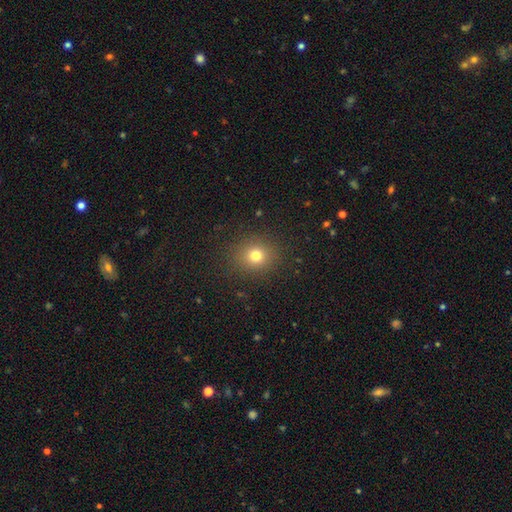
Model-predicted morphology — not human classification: smooth_or_featured: smooth (p=0.75) [alt: star or artifact p=0.17]
how_rounded: round (p=0.81) [alt: in between p=0.18]
merging: none (p=0.88) [alt: minor disturbance p=0.08]